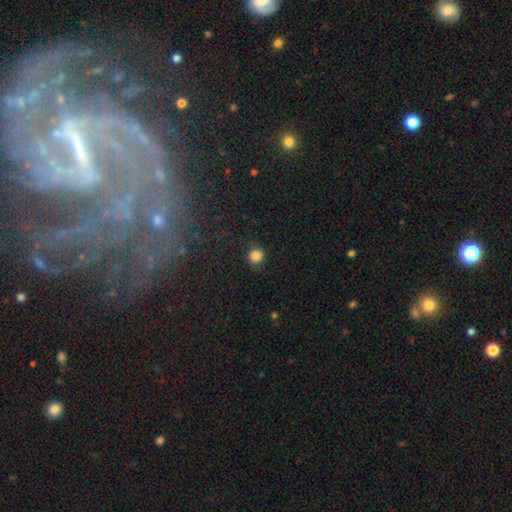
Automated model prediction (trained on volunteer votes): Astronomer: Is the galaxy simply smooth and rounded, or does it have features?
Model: smooth — 82%.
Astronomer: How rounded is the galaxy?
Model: round — 90%.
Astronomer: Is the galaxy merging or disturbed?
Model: none — 81%.